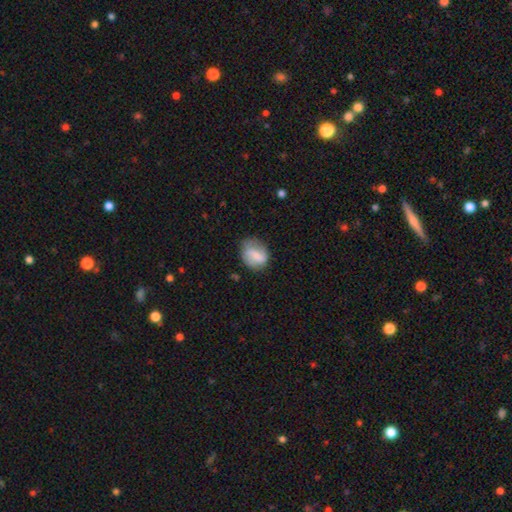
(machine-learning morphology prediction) Overall: smooth (62%; featured or disk 30%). How rounded: in between (52%; round 46%). Merging: none (61%; minor disturbance 27%).